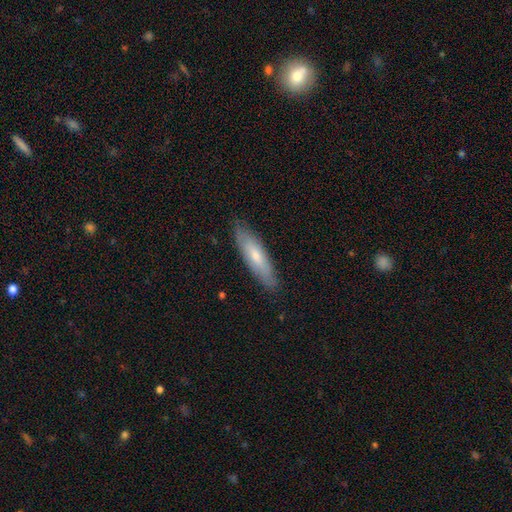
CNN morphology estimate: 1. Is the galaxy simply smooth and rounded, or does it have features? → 62% smooth, 32% featured or disk, 6% star or artifact.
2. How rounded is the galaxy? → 65% cigar-shaped, 34% in between, 2% round.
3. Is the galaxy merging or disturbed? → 85% none, 12% minor disturbance, 2% major disturbance, 1% merger.